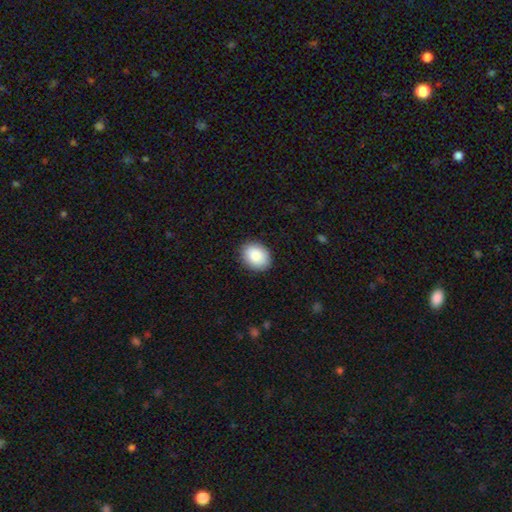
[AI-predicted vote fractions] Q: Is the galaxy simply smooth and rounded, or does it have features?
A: smooth — 87%.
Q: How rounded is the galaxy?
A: in between — 63%.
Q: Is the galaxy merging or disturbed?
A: none — 88%.